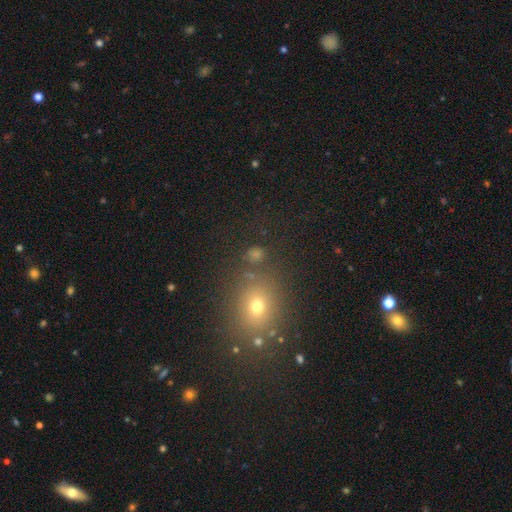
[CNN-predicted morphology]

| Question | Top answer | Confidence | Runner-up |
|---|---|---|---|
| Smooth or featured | smooth | 58% | star or artifact (31%) |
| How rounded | round | 65% | in between (32%) |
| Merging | none | 73% | minor disturbance (11%) |